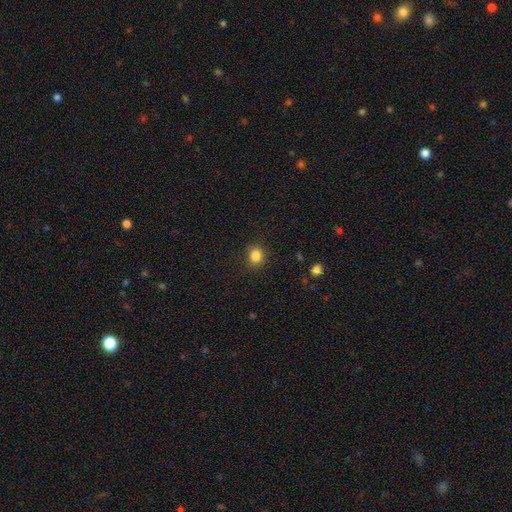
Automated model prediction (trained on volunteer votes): Smooth or featured?
  - smooth: 85% *
  - star or artifact: 11%
  - featured or disk: 4%
How rounded?
  - round: 71% *
  - in between: 29%
  - cigar-shaped: 1%
Merging?
  - none: 85% *
  - minor disturbance: 11%
  - major disturbance: 3%
  - merger: 1%